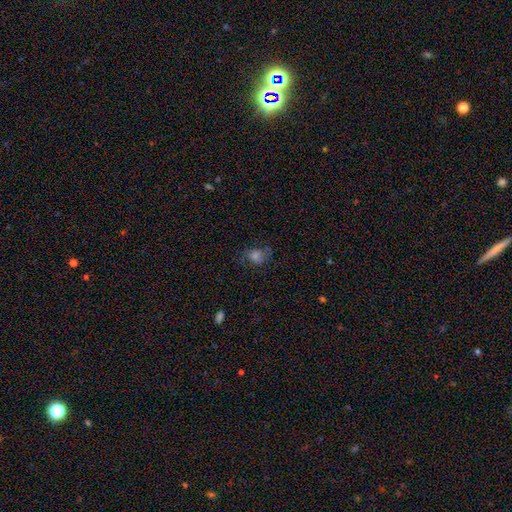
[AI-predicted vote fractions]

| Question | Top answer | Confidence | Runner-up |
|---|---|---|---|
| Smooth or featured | smooth | 50% | featured or disk (26%) |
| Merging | none | 63% | minor disturbance (21%) |